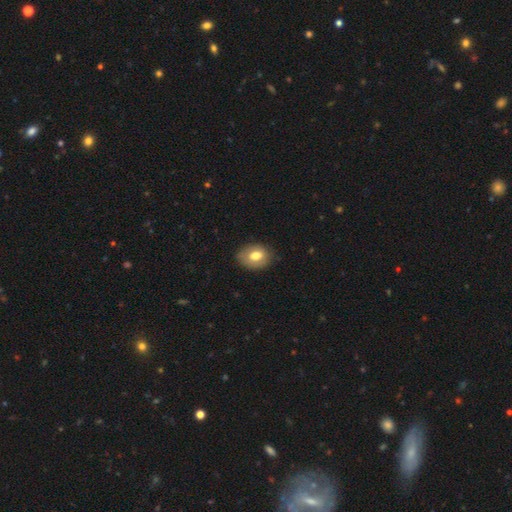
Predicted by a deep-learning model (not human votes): Smooth or featured: smooth — 74% (featured or disk — 18%)
How rounded: in between — 65% (round — 34%)
Merging: none — 79% (minor disturbance — 16%)